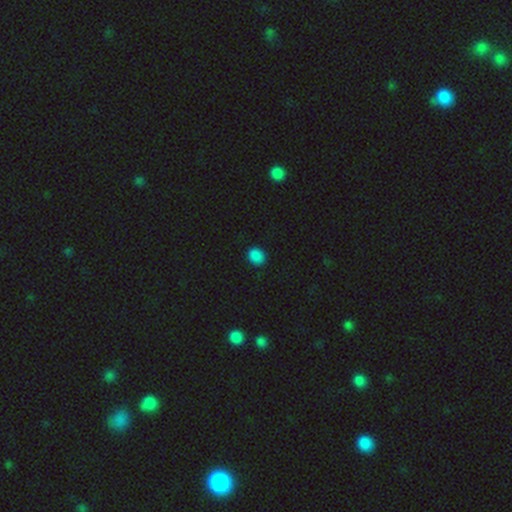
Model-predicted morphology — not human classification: Smooth or featured: smooth — 85% (star or artifact — 12%)
How rounded: in between — 51% (round — 48%)
Merging: none — 89% (minor disturbance — 8%)